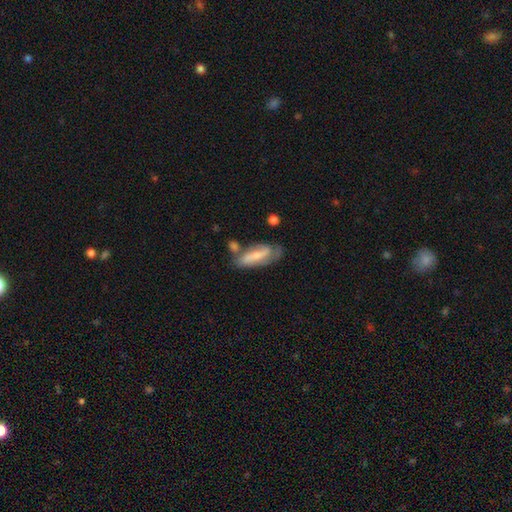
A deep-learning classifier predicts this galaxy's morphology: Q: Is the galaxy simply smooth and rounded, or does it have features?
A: featured or disk — 58%.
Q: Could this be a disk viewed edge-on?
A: no — 84%.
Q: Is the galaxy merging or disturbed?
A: none — 49%.